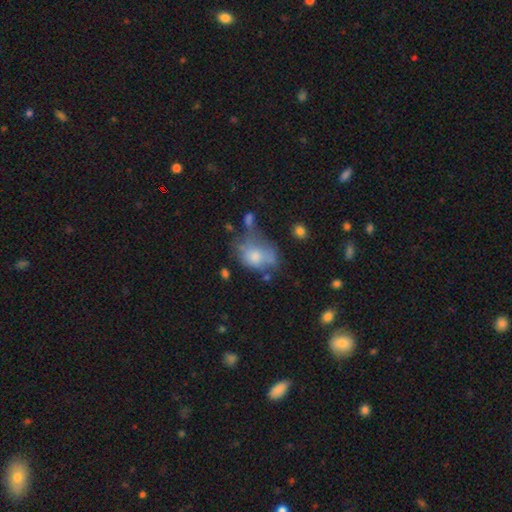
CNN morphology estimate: smooth 64%, featured or disk 26%, star or artifact 10%. Down the decision tree: how rounded — in between (69%); merging — major disturbance (30%).